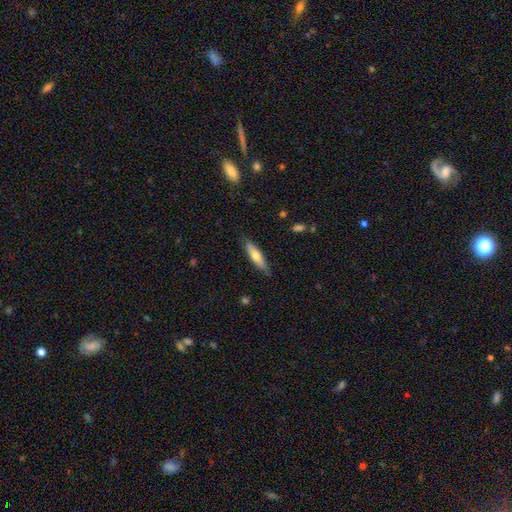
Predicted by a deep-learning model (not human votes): Q: Smooth or featured?
A: smooth (60%); runner-up: featured or disk (34%)
Q: How rounded?
A: cigar-shaped (73%); runner-up: in between (26%)
Q: Merging?
A: none (83%); runner-up: minor disturbance (14%)